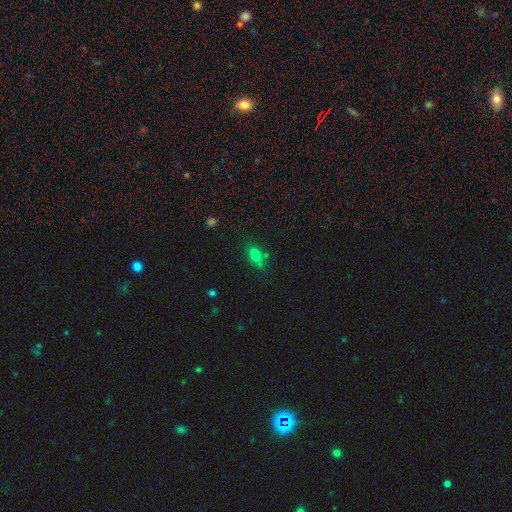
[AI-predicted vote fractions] Smooth or featured? Predicted: smooth (p=0.75). How rounded? Predicted: in between (p=0.83). Merging? Predicted: none (p=0.68).